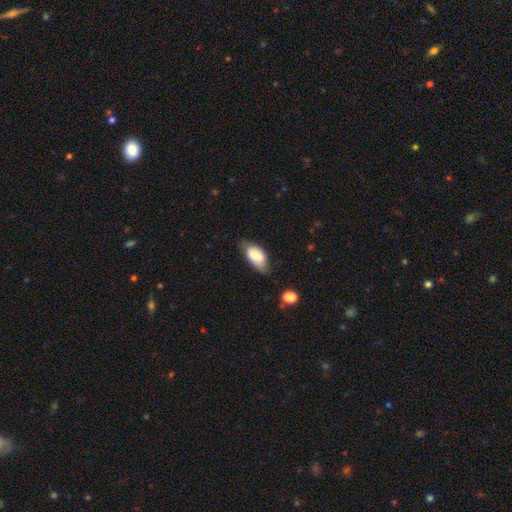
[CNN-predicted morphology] smooth-or-featured: smooth: 76% | featured or disk: 17% | star or artifact: 7%
  how-rounded: in between: 91% | cigar-shaped: 6% | round: 3%
  merging: none: 60% | minor disturbance: 30% | major disturbance: 8% | merger: 3%